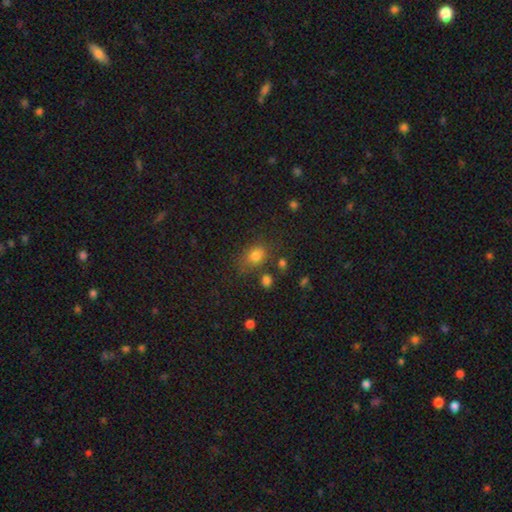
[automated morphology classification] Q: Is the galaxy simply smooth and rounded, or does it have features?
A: smooth — 78%.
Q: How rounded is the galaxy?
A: in between — 56%.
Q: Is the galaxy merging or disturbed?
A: none — 66%.